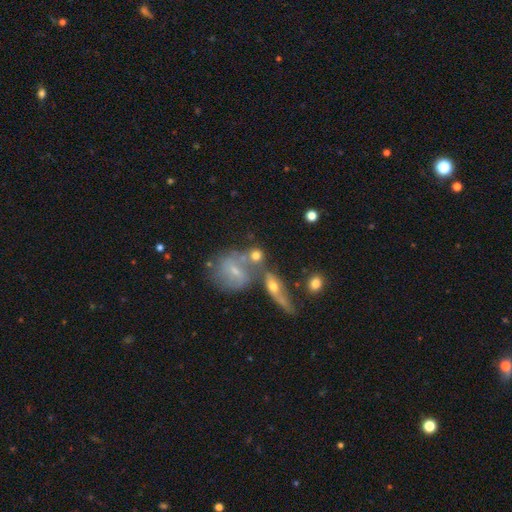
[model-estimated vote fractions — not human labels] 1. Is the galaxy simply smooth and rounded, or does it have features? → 63% smooth, 26% featured or disk, 11% star or artifact.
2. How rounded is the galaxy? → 64% round, 30% in between, 5% cigar-shaped.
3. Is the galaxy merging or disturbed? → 41% none, 38% merger, 13% minor disturbance, 8% major disturbance.